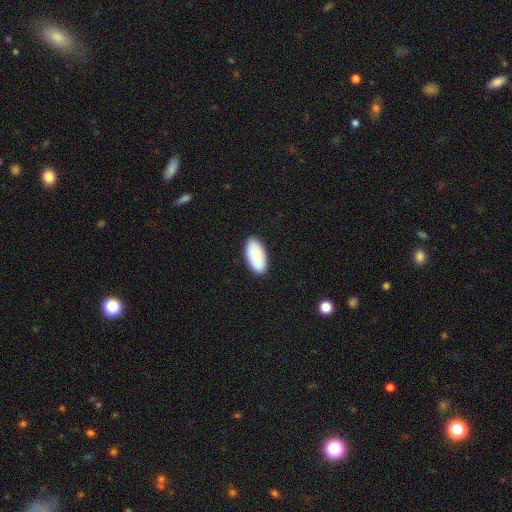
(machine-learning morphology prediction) Overall: smooth (85%). How rounded: in between (95%). Merging: none (87%).